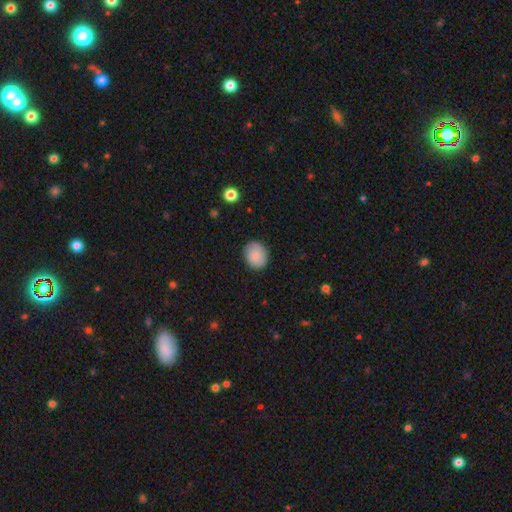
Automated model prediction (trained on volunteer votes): smooth 85%, featured or disk 8%, star or artifact 7%. Down the decision tree: how rounded — round (57%); merging — none (84%).